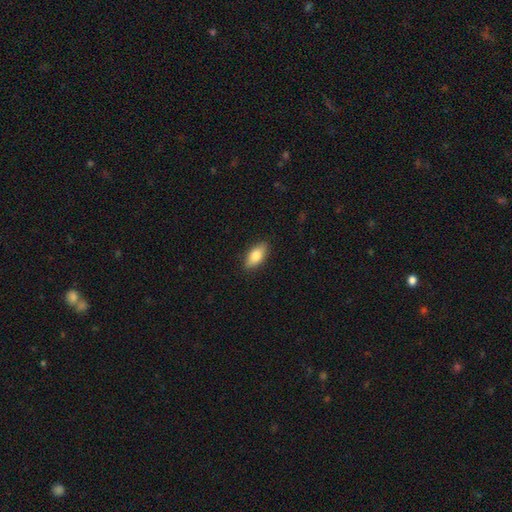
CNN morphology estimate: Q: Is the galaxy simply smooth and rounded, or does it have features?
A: smooth — 79%.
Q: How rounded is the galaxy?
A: in between — 86%.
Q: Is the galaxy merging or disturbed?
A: none — 87%.